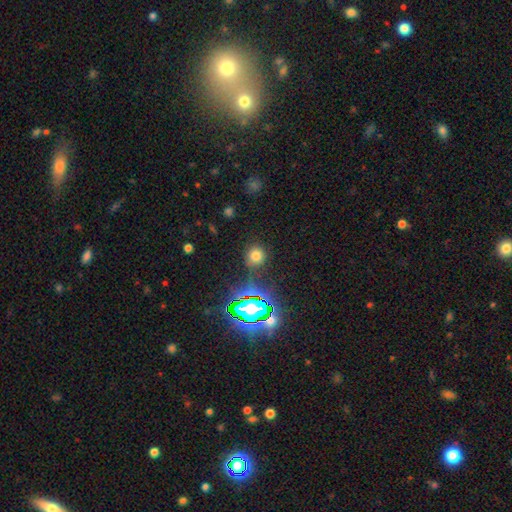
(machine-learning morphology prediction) Smooth or featured: smooth — 68% (star or artifact — 25%)
How rounded: round — 87% (in between — 11%)
Merging: none — 80% (minor disturbance — 11%)